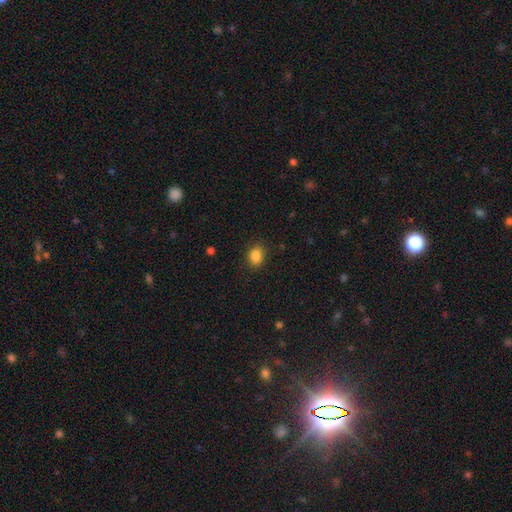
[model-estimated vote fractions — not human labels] smooth_or_featured: smooth (p=0.86) [alt: star or artifact p=0.10]
how_rounded: in between (p=0.62) [alt: round p=0.36]
merging: none (p=0.86) [alt: minor disturbance p=0.10]